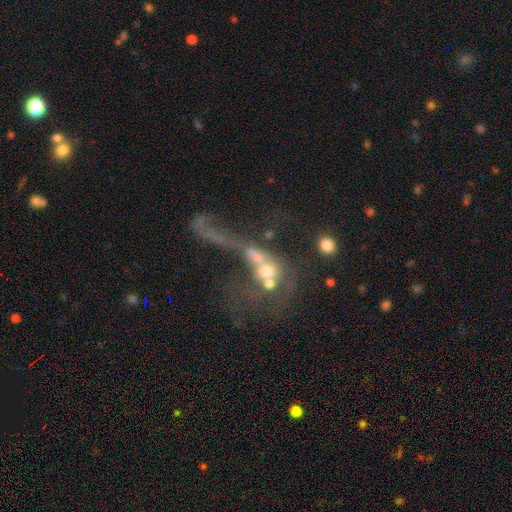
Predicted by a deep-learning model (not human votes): Smooth or featured?
  - smooth: 40% * (tied)
  - featured or disk: 40% * (tied)
  - star or artifact: 20%
Merging?
  - merger: 54% *
  - major disturbance: 27%
  - none: 13%
  - minor disturbance: 7%